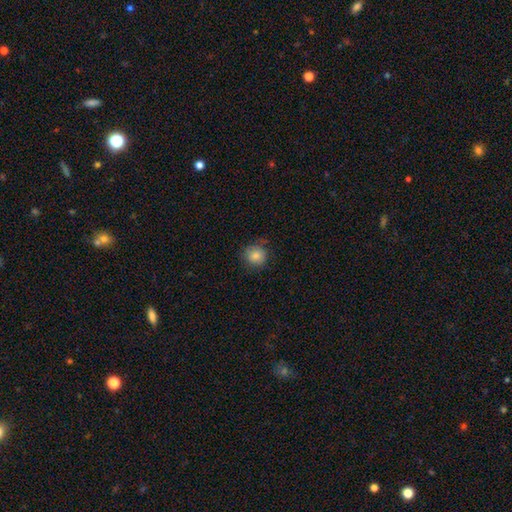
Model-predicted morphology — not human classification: Q: Smooth or featured?
A: smooth (85%); runner-up: star or artifact (10%)
Q: How rounded?
A: round (89%); runner-up: in between (10%)
Q: Merging?
A: none (80%); runner-up: minor disturbance (15%)